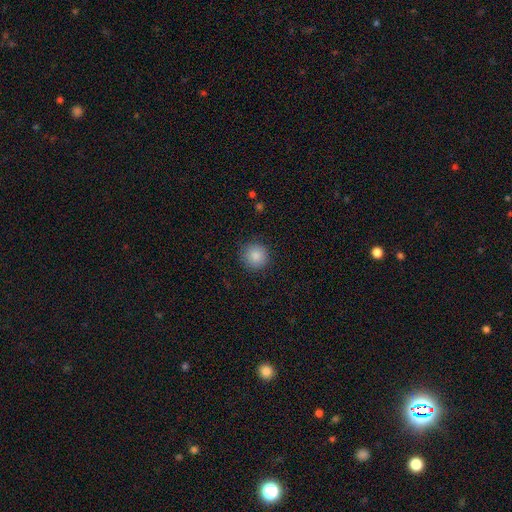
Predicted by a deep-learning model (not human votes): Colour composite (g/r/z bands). It shows a smooth galaxy with no disk features (86%) that is round (94%). Merging: none (88%).